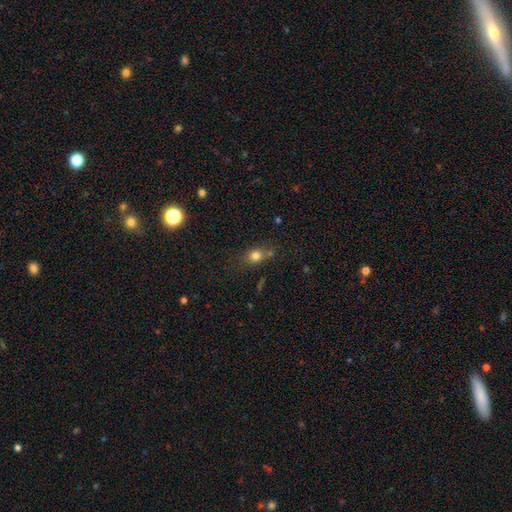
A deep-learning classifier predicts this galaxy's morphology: Overall: smooth (76%). How rounded: round (50%; in between 47%). Merging: none (64%).